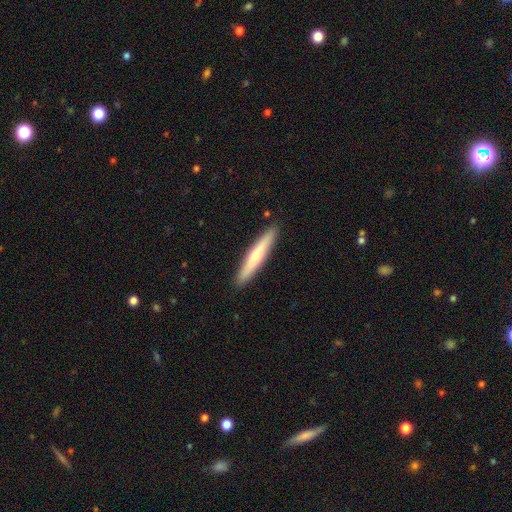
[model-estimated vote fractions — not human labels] Q: Smooth or featured?
A: smooth (50%); runner-up: featured or disk (45%)
Q: How rounded?
A: cigar-shaped (94%); runner-up: in between (5%)
Q: Merging?
A: none (91%); runner-up: minor disturbance (7%)